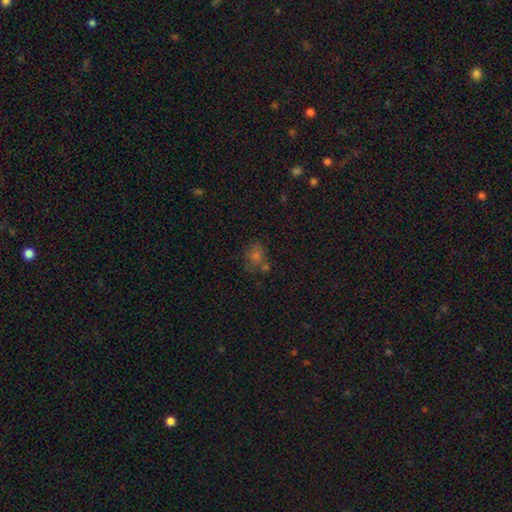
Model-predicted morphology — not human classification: Smooth or featured? Predicted: smooth (p=0.59). How rounded? Predicted: round (p=0.61). Merging? Predicted: none (p=0.59).